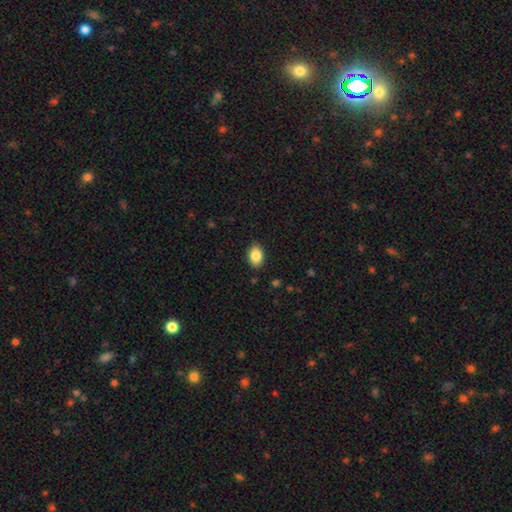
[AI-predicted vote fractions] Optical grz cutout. It shows a smooth galaxy with no disk features (86%) that is in between round and cigar-shaped (87%). Merging: none (88%).